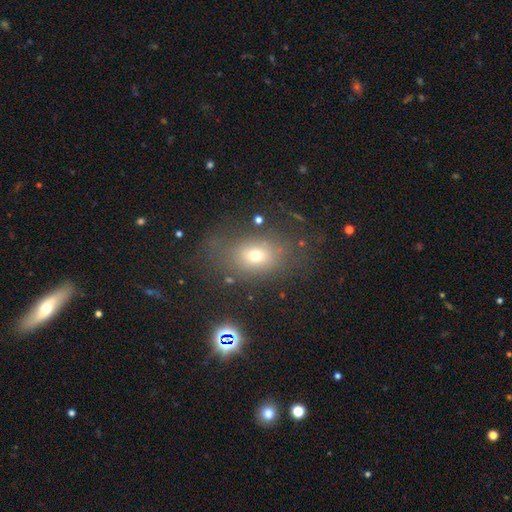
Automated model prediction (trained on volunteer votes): Smooth or featured? smooth (64%)
How rounded? in between (64%)
Merging? none (66%)